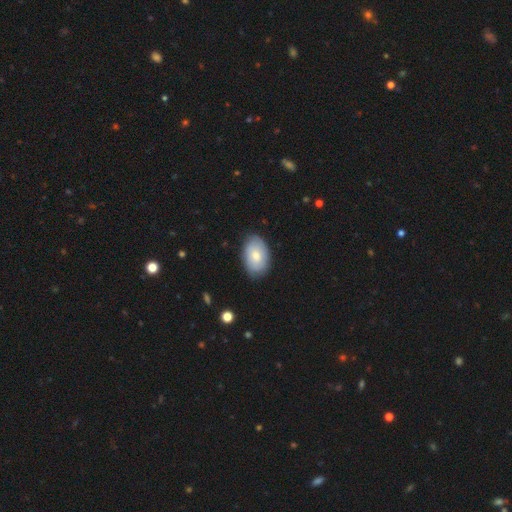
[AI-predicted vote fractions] Smooth or featured: smooth — 66% (featured or disk — 28%)
How rounded: in between — 89% (round — 10%)
Merging: none — 81% (minor disturbance — 15%)